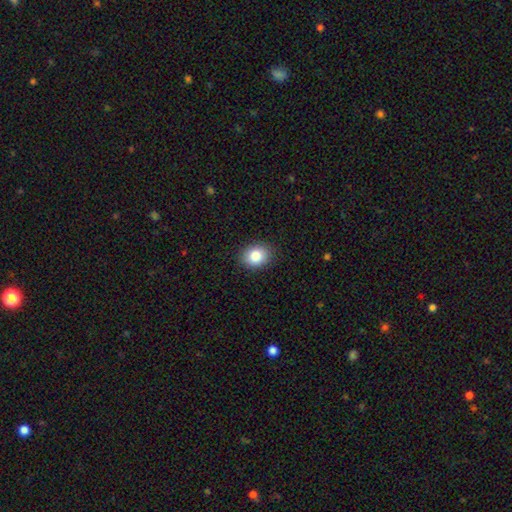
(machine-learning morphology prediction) type=smooth (84%); roundness=in between (51%); merging=none (89%).